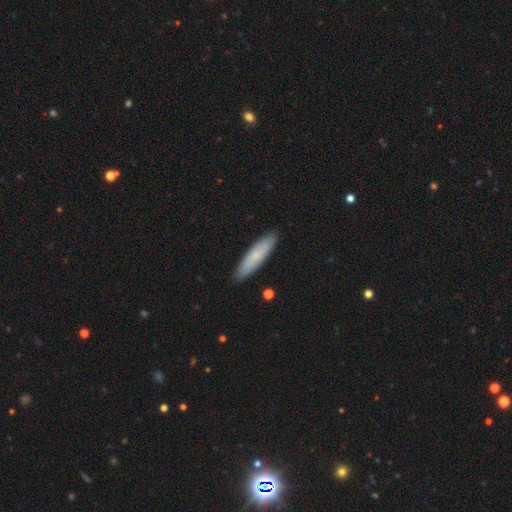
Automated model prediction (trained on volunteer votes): smooth-or-featured: smooth: 77% | featured or disk: 17% | star or artifact: 6%
  how-rounded: cigar-shaped: 77% | in between: 22% | round: 1%
  merging: none: 89% | minor disturbance: 8% | major disturbance: 2% | merger: 1%